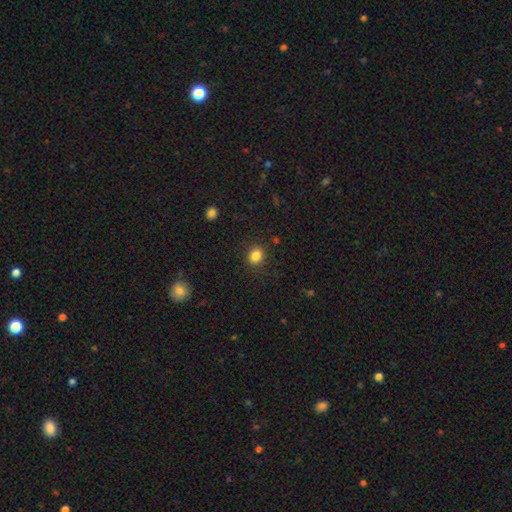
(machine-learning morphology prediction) type=smooth (85%); roundness=round (66%); merging=none (87%).